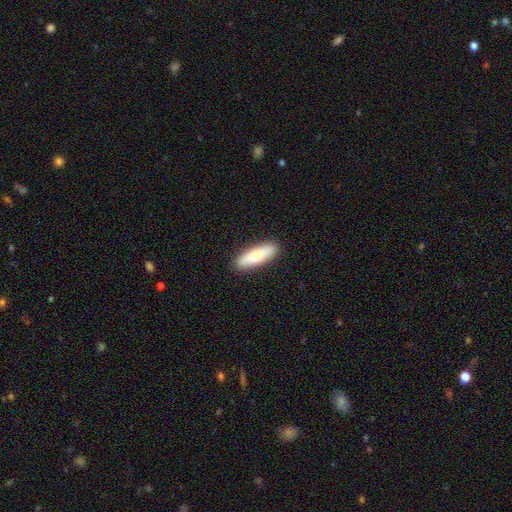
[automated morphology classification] A smooth galaxy with no disk features (74%) that is in between round and cigar-shaped (53%).

Vote fractions:
- Smooth or featured? smooth: 74% / featured or disk: 20% / star or artifact: 6%
- How rounded? in between: 53% / cigar-shaped: 45% / round: 2%
- Merging? none: 90% / minor disturbance: 7% / major disturbance: 2% / merger: 1%